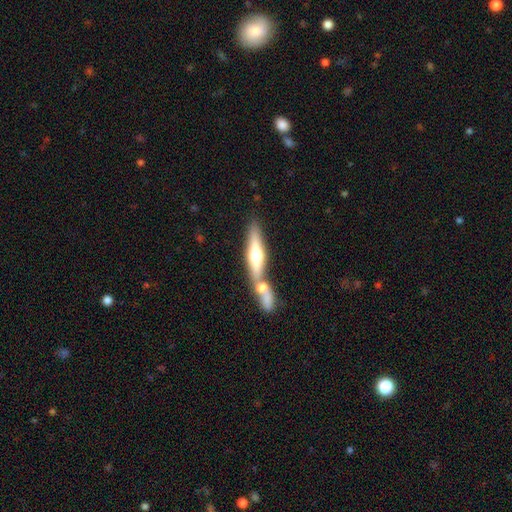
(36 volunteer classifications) smooth-or-featured: featured or disk: 50% | smooth: 44% | star or artifact: 6%
  disk-edge-on: yes: 78% | no: 22%
    edge-on-bulge: rounded: 93% | boxy: 7% | none: 0%
  merging: merger: 62% | none: 26% | major disturbance: 9% | minor disturbance: 3%